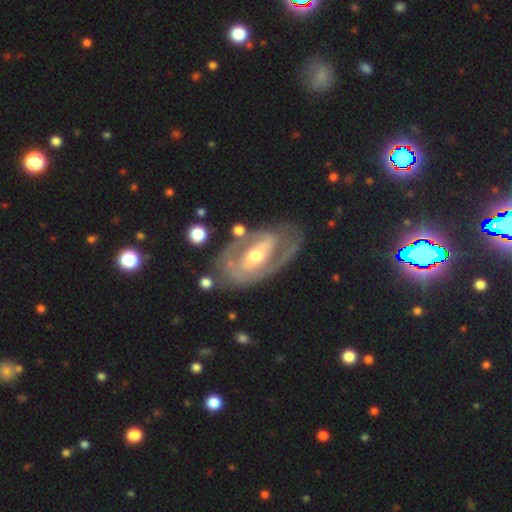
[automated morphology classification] featured or disk 86%, smooth 9%, star or artifact 5%. Down the decision tree: edge-on disk — no (95%); bar — strong (37%); spiral arms — yes (84%); spiral arm count — 2 (71%); spiral winding — tight (48%); bulge size — moderate (59%); merging — none (70%).